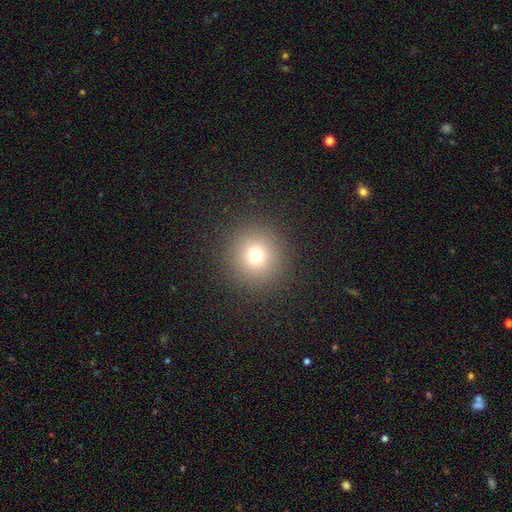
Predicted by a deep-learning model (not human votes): Smooth or featured?
  - smooth: 73% *
  - star or artifact: 17%
  - featured or disk: 9%
How rounded?
  - round: 95% *
  - in between: 4%
  - cigar-shaped: 1%
Merging?
  - none: 91% *
  - minor disturbance: 5%
  - major disturbance: 3%
  - merger: 1%